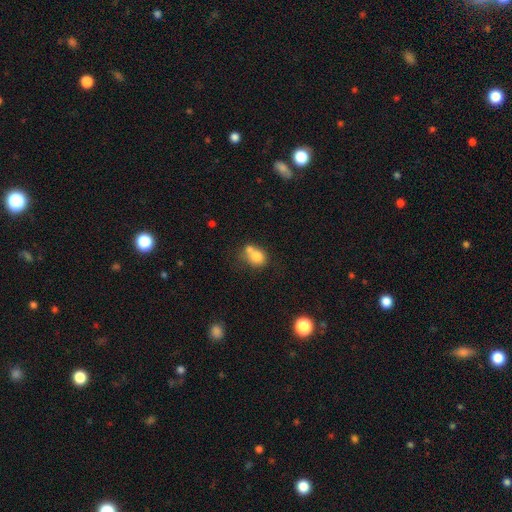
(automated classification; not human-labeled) smooth_or_featured: smooth (p=0.76) [alt: featured or disk p=0.13]
how_rounded: round (p=0.58) [alt: in between p=0.41]
merging: merger (p=0.46) [alt: none p=0.35]